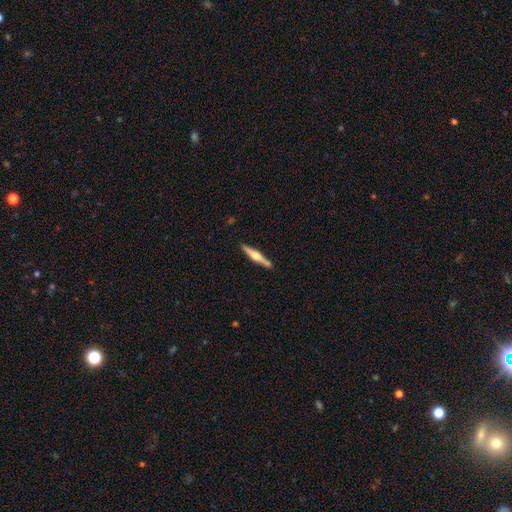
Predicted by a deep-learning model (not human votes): Smooth or featured: featured or disk — 62% (smooth — 33%)
Edge-on disk: yes — 98% (no — 2%)
Edge-on bulge: rounded — 85% (boxy — 10%)
Merging: none — 86% (minor disturbance — 9%)